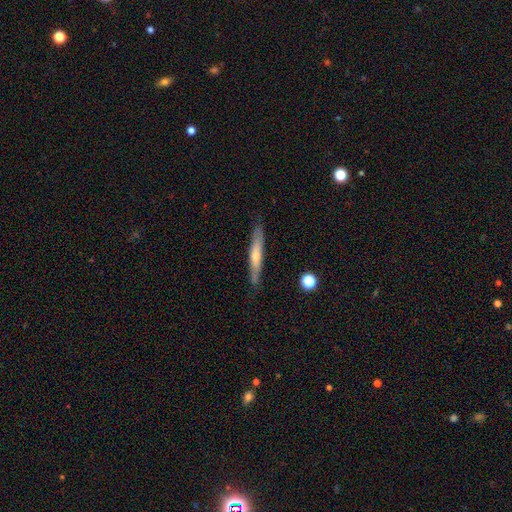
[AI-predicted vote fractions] This is possibly a featured or disk galaxy (50%). It is clearly viewed edge-on (90%). Merging: clearly none (85%).